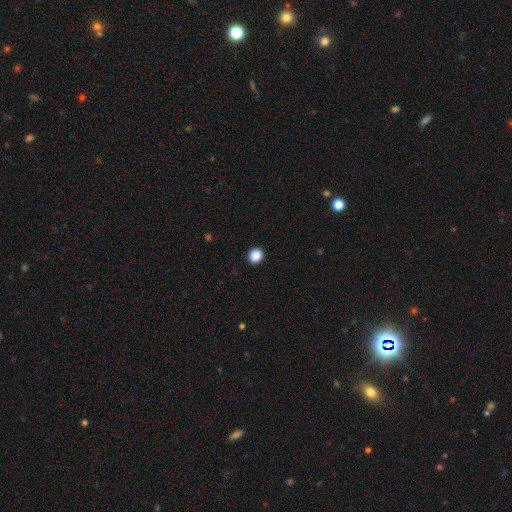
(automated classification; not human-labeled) smooth_or_featured: smooth (p=0.88) [alt: star or artifact p=0.10]
how_rounded: round (p=0.92) [alt: in between p=0.07]
merging: none (p=0.93) [alt: minor disturbance p=0.04]